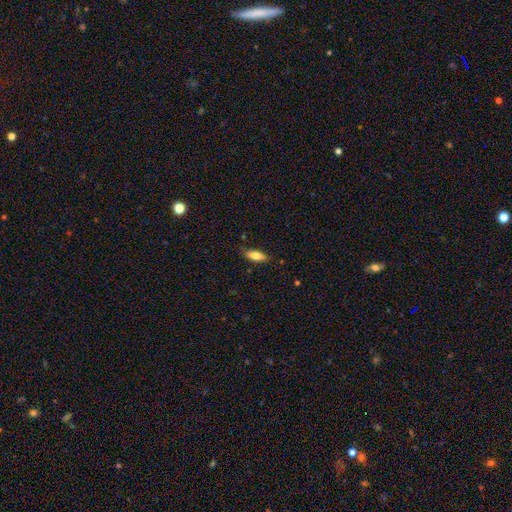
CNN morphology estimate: smooth 79%, featured or disk 14%, star or artifact 7%. Down the decision tree: how rounded — in between (72%); merging — none (79%).